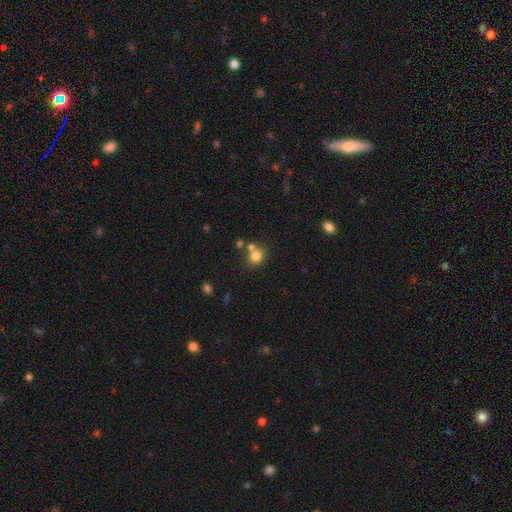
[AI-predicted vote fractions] A smooth galaxy with no disk features (79%) that is round (76%).

Vote fractions:
- Smooth or featured? smooth: 79% / star or artifact: 12% / featured or disk: 9%
- How rounded? round: 76% / in between: 23% / cigar-shaped: 1%
- Merging? none: 59% / merger: 26% / minor disturbance: 11% / major disturbance: 4%